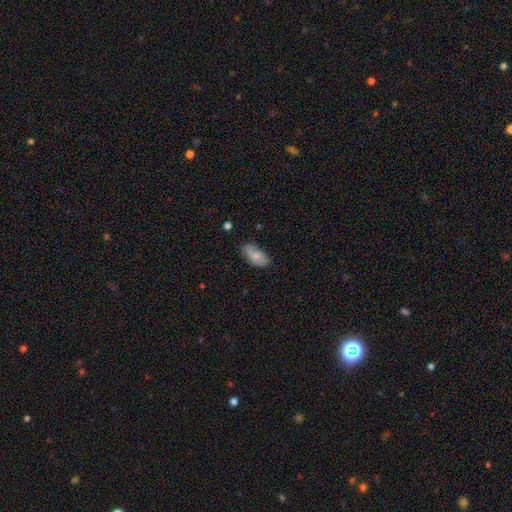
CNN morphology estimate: Q: Smooth or featured?
A: smooth (74%); runner-up: featured or disk (20%)
Q: How rounded?
A: in between (93%); runner-up: cigar-shaped (4%)
Q: Merging?
A: none (66%); runner-up: minor disturbance (26%)